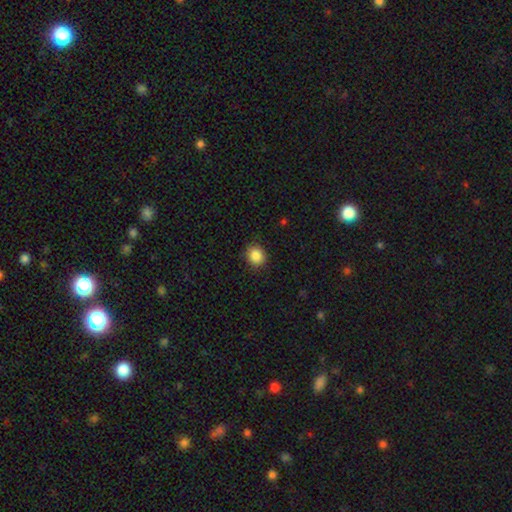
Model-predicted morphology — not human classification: Q: Smooth or featured?
A: smooth (86%); runner-up: star or artifact (10%)
Q: How rounded?
A: round (84%); runner-up: in between (15%)
Q: Merging?
A: none (89%); runner-up: minor disturbance (8%)